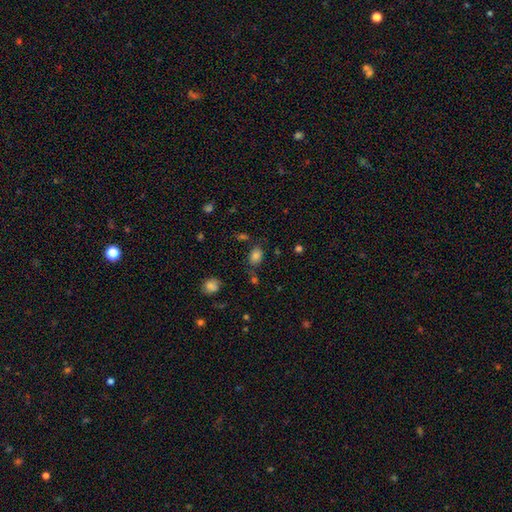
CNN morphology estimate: Overall: smooth (83%). How rounded: in between (81%). Merging: none (73%).